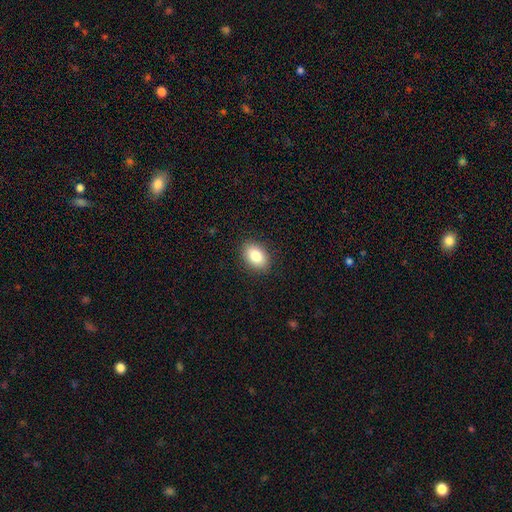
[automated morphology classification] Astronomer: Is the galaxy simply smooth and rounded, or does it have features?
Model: smooth — 83%.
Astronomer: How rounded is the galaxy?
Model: in between — 83%.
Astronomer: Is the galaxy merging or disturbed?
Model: none — 89%.